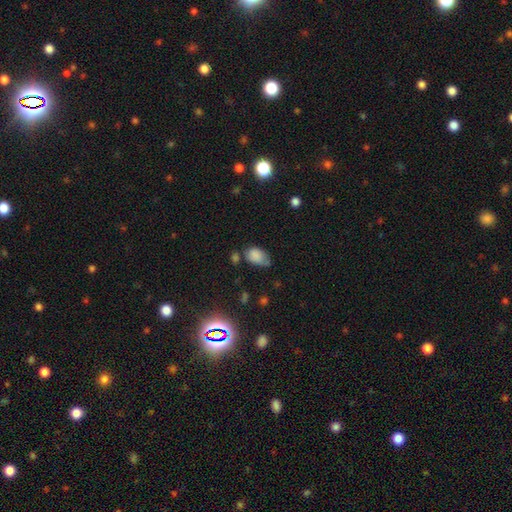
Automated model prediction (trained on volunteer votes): The model was most divided on "merging": none: 42%, minor disturbance: 36%, major disturbance: 12%, merger: 10%. More confident: how rounded — in between (86%); smooth or featured — smooth (80%).